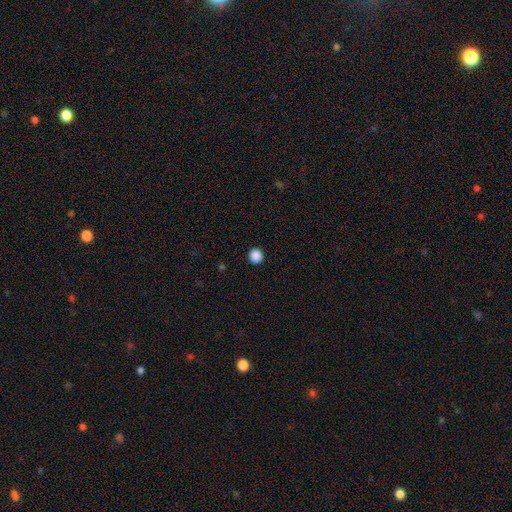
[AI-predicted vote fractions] A smooth galaxy with no disk features (88%) that is round (93%). Merging: none (93%).